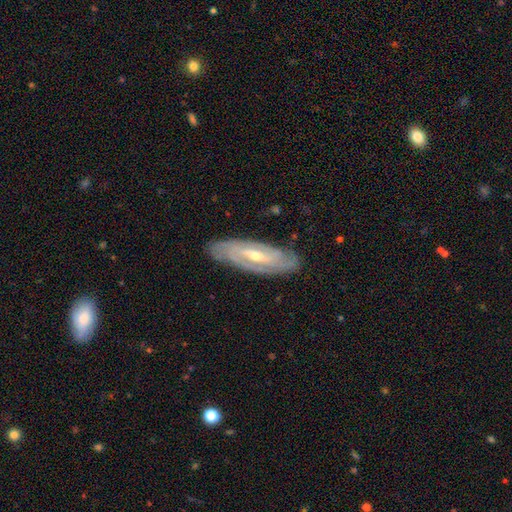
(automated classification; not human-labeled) smooth_or_featured: featured or disk (p=0.82) [alt: smooth p=0.13]
disk_edge_on: no (p=0.82) [alt: yes p=0.18]
bar: weak (p=0.43) [alt: no p=0.29]
has_spiral_arms: yes (p=0.90) [alt: no p=0.10]
spiral_winding: tight (p=0.60) [alt: medium p=0.31]
spiral_arm_count: 2 (p=0.45) [alt: can't tell p=0.33]
bulge_size: small (p=0.50) [alt: moderate p=0.47]
merging: none (p=0.82) [alt: minor disturbance p=0.14]